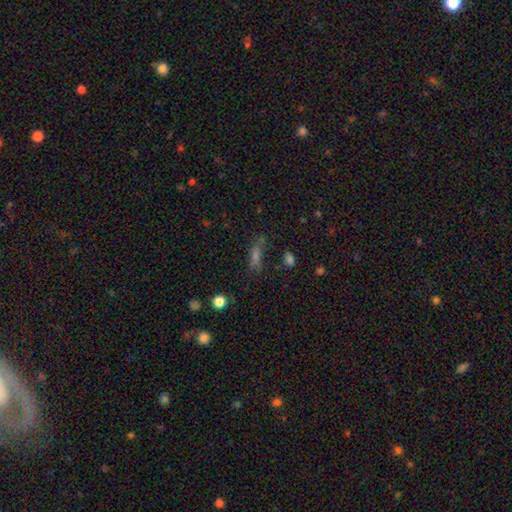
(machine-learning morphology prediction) Smooth or featured? Predicted: smooth (p=0.52). How rounded? Predicted: in between (p=0.47). Merging? Predicted: none (p=0.59).